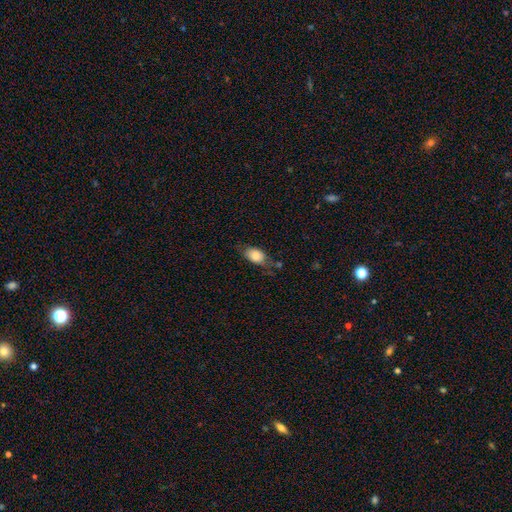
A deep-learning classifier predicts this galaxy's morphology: Smooth or featured? smooth (79%)
How rounded? in between (85%)
Merging? none (59%)